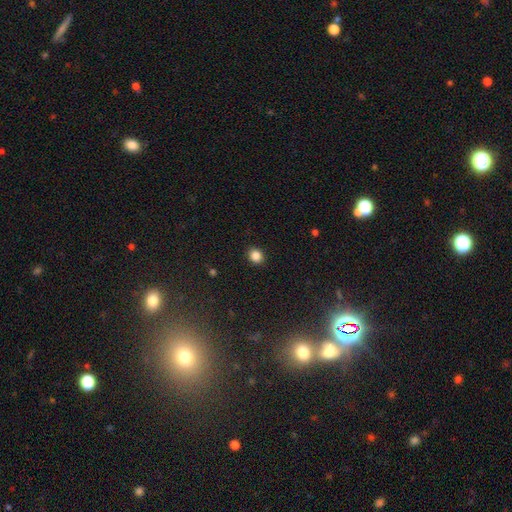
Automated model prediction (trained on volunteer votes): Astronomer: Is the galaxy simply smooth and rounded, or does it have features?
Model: smooth — 86%.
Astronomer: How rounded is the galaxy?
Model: round — 69%.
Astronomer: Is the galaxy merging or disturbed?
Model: none — 91%.